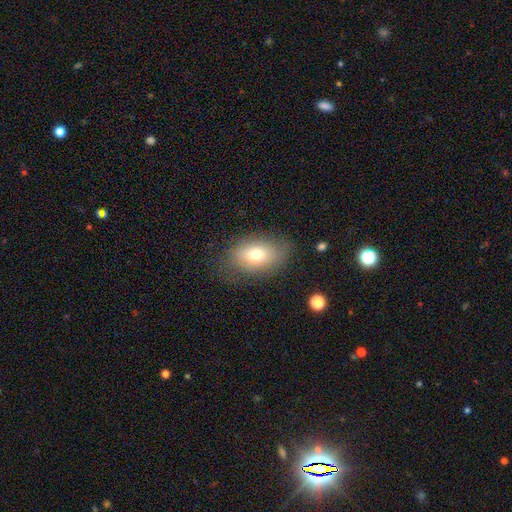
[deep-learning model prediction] Smooth or featured? smooth (72%)
How rounded? in between (83%)
Merging? none (74%)